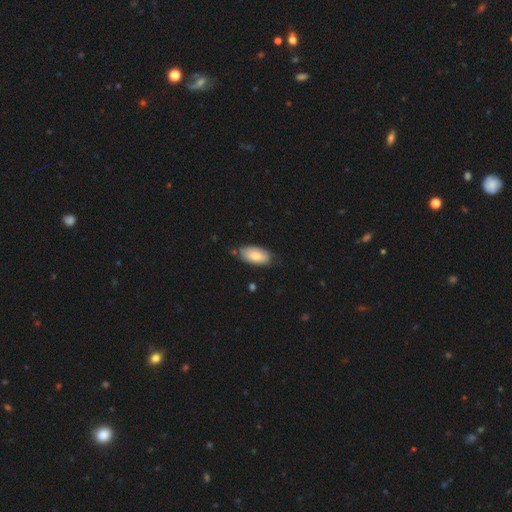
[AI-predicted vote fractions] Overall: smooth (76%). How rounded: in between (93%). Merging: none (70%).